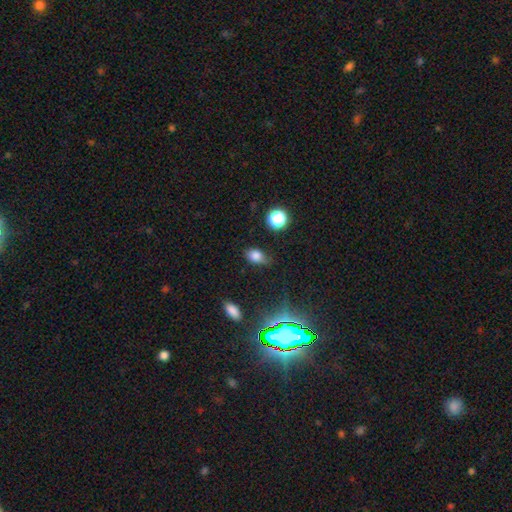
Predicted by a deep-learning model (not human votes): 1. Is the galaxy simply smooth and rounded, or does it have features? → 76% smooth, 16% star or artifact, 8% featured or disk.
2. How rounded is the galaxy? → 79% in between, 19% round, 2% cigar-shaped.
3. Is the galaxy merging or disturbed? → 67% none, 25% minor disturbance, 6% major disturbance, 2% merger.